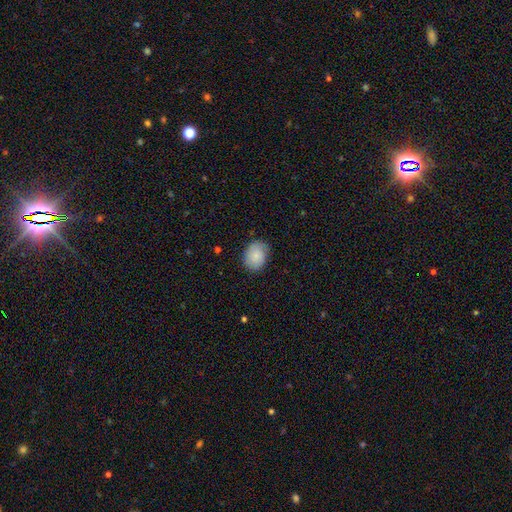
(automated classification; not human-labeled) Overall: smooth (75%). How rounded: in between (51%; round 48%). Merging: none (72%).